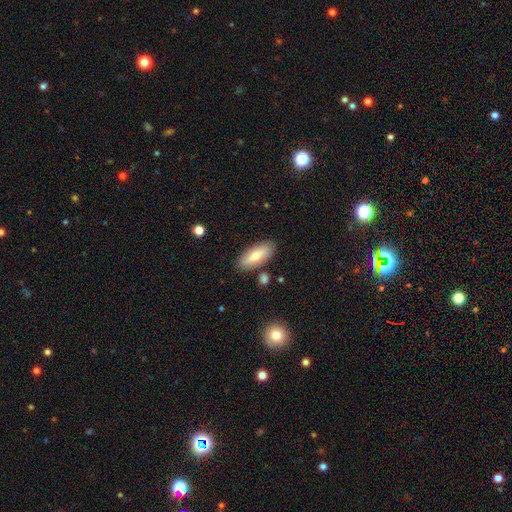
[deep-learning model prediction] Q: Smooth or featured?
A: smooth (68%); runner-up: featured or disk (25%)
Q: How rounded?
A: in between (77%); runner-up: cigar-shaped (21%)
Q: Merging?
A: none (84%); runner-up: minor disturbance (11%)